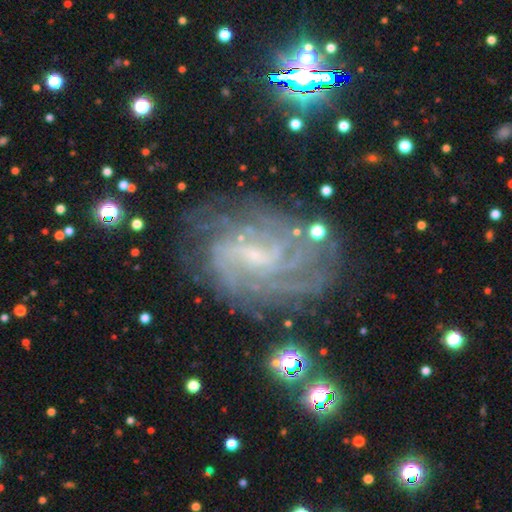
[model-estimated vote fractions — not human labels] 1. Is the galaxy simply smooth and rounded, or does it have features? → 82% featured or disk, 11% star or artifact, 8% smooth.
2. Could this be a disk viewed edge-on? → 97% no, 3% yes.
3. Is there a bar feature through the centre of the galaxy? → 52% weak, 32% no, 16% strong.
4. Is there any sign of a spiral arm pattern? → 94% yes, 6% no.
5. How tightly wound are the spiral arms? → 59% tight, 32% medium, 9% loose.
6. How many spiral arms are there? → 37% can't tell, 17% 4, 14% 3, 14% more than 4, 12% 2, 7% 1.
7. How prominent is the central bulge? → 60% small, 20% none, 18% moderate, 2% large, 1% dominant.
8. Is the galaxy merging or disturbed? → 69% none, 18% minor disturbance, 10% major disturbance, 3% merger.